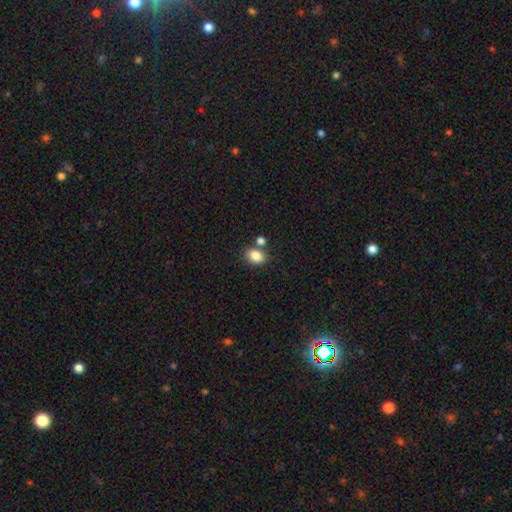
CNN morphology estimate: This is clearly a smooth galaxy (84%). How rounded: likely in between (64%). Merging: likely none (65%).